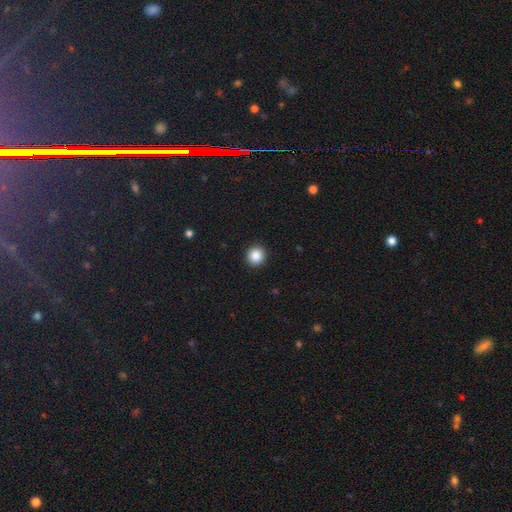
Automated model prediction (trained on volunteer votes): A smooth galaxy with no disk features (87%) that is round (94%). Merging: none (93%).